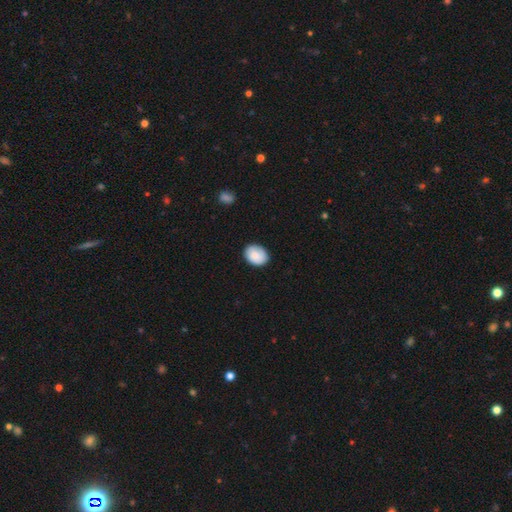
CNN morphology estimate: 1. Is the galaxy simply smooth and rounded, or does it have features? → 85% smooth, 8% featured or disk, 7% star or artifact.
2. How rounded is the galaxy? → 61% in between, 38% round, 1% cigar-shaped.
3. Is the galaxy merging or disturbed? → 83% none, 13% minor disturbance, 2% major disturbance, 1% merger.